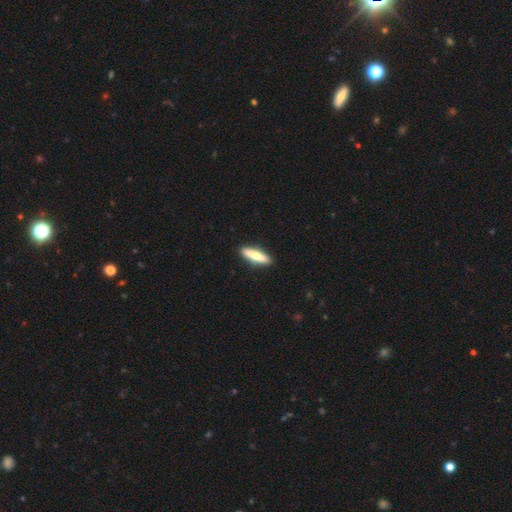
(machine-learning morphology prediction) Q: Smooth or featured?
A: smooth (68%); runner-up: featured or disk (27%)
Q: How rounded?
A: cigar-shaped (76%); runner-up: in between (22%)
Q: Merging?
A: none (91%); runner-up: minor disturbance (7%)